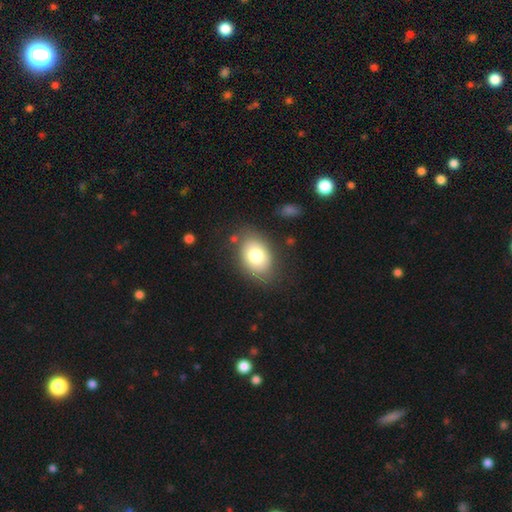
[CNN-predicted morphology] Smooth or featured? Predicted: smooth (p=0.76). How rounded? Predicted: in between (p=0.78). Merging? Predicted: none (p=0.76).